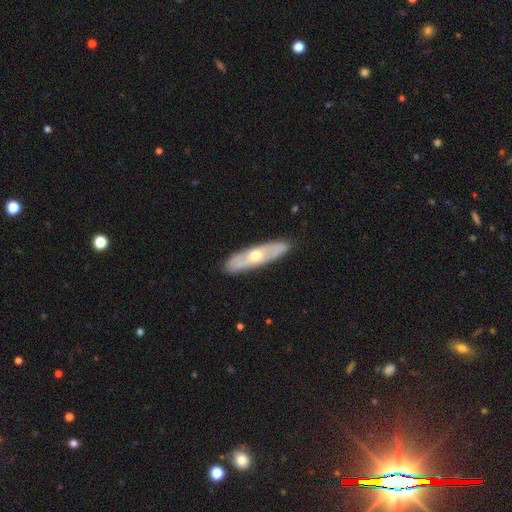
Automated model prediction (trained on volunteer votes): A featured or disk galaxy (61%).

Vote fractions:
- Smooth or featured? featured or disk: 61% / smooth: 35% / star or artifact: 5%
- Edge-on disk? no: 58% / yes: 42%
- Merging? none: 87% / minor disturbance: 10% / major disturbance: 2% / merger: 1%